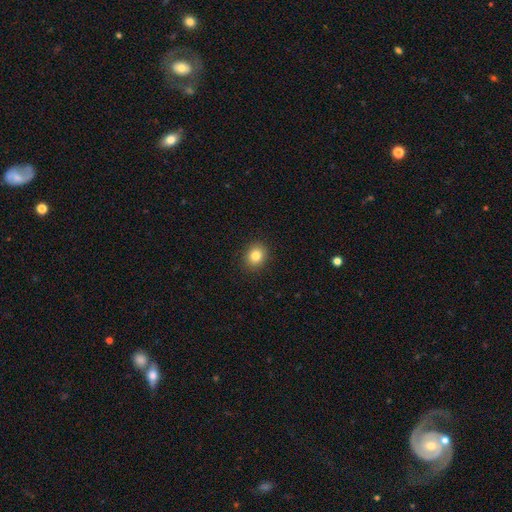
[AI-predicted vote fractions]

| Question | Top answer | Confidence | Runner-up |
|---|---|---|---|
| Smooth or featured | smooth | 82% | star or artifact (11%) |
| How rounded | round | 67% | in between (32%) |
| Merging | none | 90% | minor disturbance (7%) |